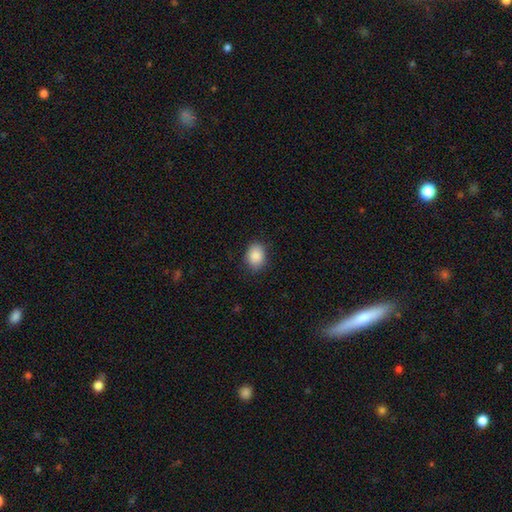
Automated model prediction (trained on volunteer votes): smooth_or_featured: smooth (p=0.88) [alt: star or artifact p=0.08]
how_rounded: in between (p=0.60) [alt: round p=0.39]
merging: none (p=0.85) [alt: minor disturbance p=0.11]